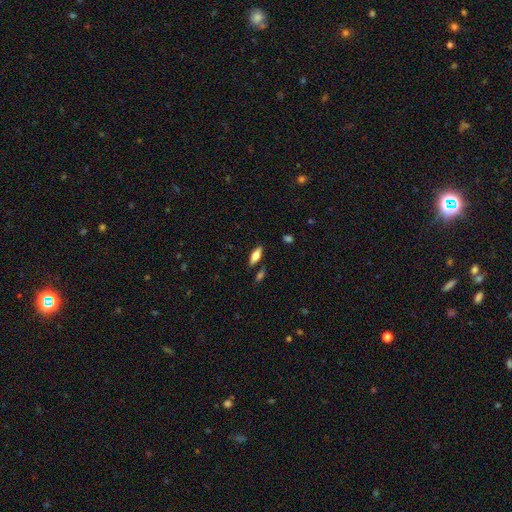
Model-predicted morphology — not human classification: A smooth galaxy with no disk features (62%) that is in between round and cigar-shaped (69%).

Vote fractions:
- Smooth or featured? smooth: 62% / featured or disk: 30% / star or artifact: 7%
- How rounded? in between: 69% / cigar-shaped: 29% / round: 3%
- Merging? none: 81% / minor disturbance: 11% / merger: 5% / major disturbance: 3%